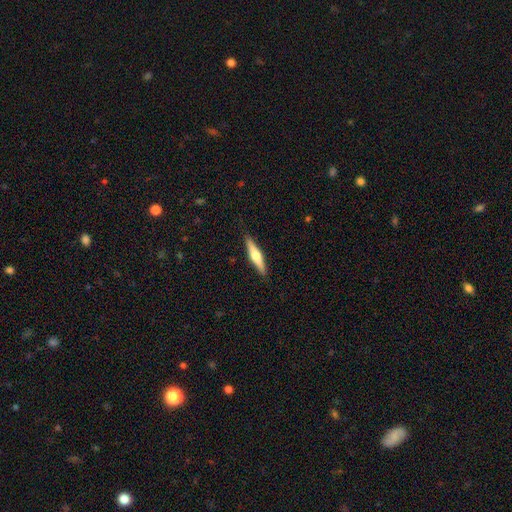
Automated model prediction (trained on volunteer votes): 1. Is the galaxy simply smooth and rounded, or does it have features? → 56% featured or disk, 39% smooth, 5% star or artifact.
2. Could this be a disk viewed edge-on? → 96% yes, 4% no.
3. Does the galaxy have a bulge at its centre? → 92% rounded, 4% boxy, 4% none.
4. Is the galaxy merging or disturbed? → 89% none, 8% minor disturbance, 2% major disturbance, 1% merger.